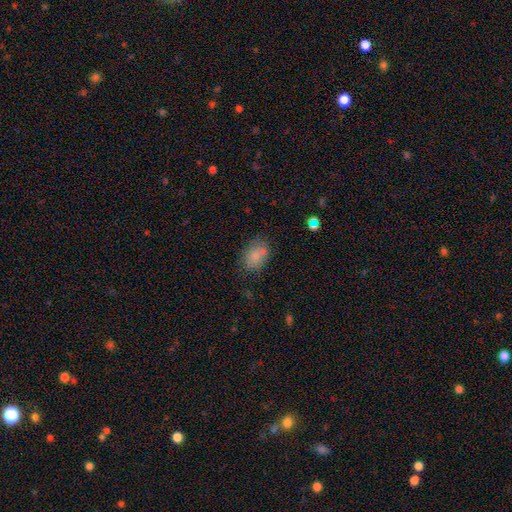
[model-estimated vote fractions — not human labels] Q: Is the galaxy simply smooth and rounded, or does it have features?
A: smooth — 80%.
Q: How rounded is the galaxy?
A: in between — 81%.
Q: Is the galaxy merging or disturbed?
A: none — 67%.